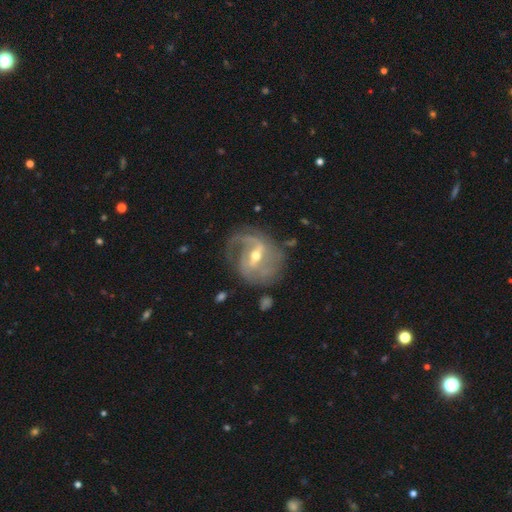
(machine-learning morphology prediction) Smooth or featured? featured or disk (87%)
Edge-on disk? no (97%)
Bar? weak (44%, tied with strong)
Spiral arms? yes (94%)
Spiral winding? medium (44%)
Spiral arm count? 2 (57%)
Bulge size? moderate (57%)
Merging? none (64%)